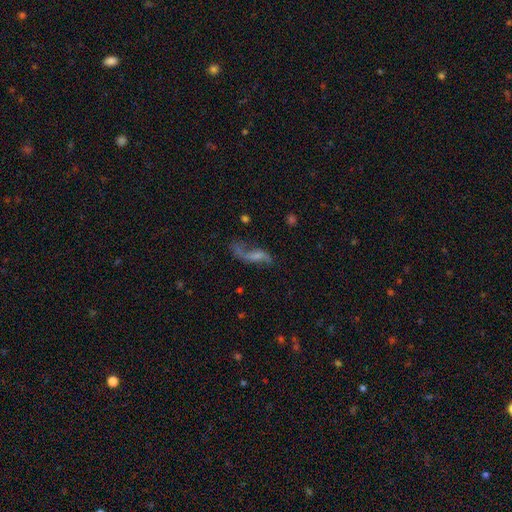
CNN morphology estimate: Q: Smooth or featured?
A: featured or disk (73%); runner-up: smooth (16%)
Q: Edge-on disk?
A: no (91%); runner-up: yes (9%)
Q: Bar?
A: no (49%); runner-up: weak (36%)
Q: Spiral arms?
A: yes (88%); runner-up: no (12%)
Q: Spiral winding?
A: loose (89%); runner-up: medium (9%)
Q: Spiral arm count?
A: 2 (80%); runner-up: 1 (15%)
Q: Bulge size?
A: small (40%); runner-up: none (38%)
Q: Merging?
A: none (54%); runner-up: major disturbance (22%)